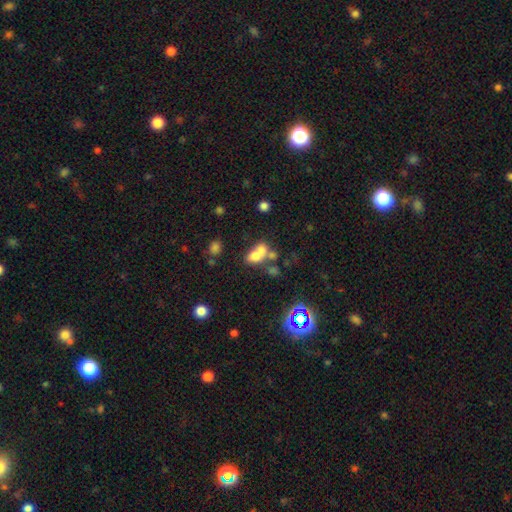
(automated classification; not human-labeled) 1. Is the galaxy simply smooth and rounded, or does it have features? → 65% smooth, 21% featured or disk, 15% star or artifact.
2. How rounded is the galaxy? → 72% in between, 24% round, 4% cigar-shaped.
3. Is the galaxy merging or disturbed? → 56% merger, 25% none, 10% minor disturbance, 8% major disturbance.